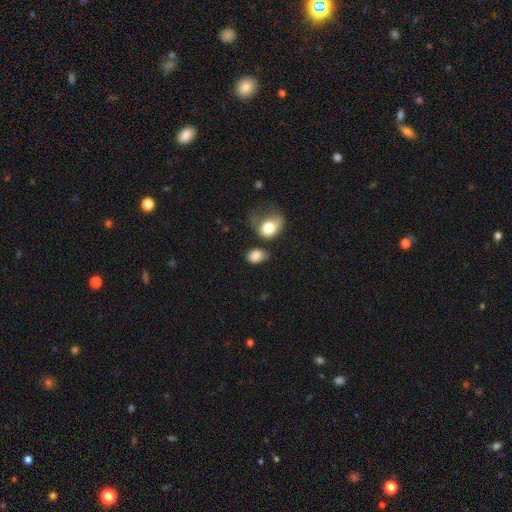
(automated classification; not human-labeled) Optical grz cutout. It shows a smooth galaxy with no disk features (84%) that is in between round and cigar-shaped (68%). Merging: none (47%).